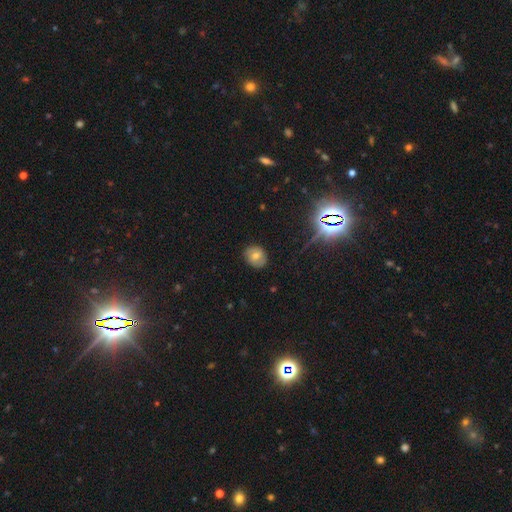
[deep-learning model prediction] smooth 62%, featured or disk 22%, star or artifact 15%. Down the decision tree: how rounded — round (66%); merging — none (83%).